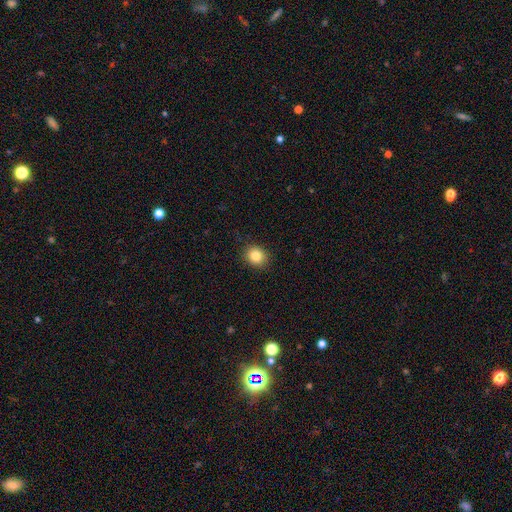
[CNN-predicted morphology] This appears to be a smooth galaxy with no disk features (84%) that is round (71%). Merging: none (89%).